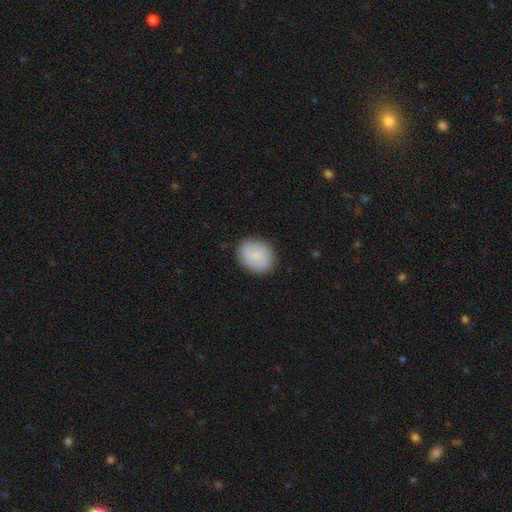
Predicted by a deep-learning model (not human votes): Smooth or featured? smooth (73%)
How rounded? round (61%)
Merging? none (85%)